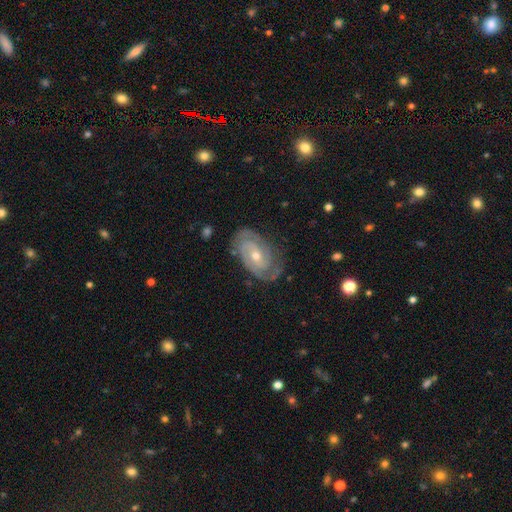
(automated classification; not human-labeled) Smooth or featured? Predicted: featured or disk (p=0.88). Edge-on disk? Predicted: no (p=0.96). Bar? Predicted: no (p=0.54). Spiral arms? Predicted: yes (p=0.97). Spiral winding? Predicted: tight (p=0.69). Spiral arm count? Predicted: 2 (p=0.66). Bulge size? Predicted: small (p=0.49). Merging? Predicted: none (p=0.78).